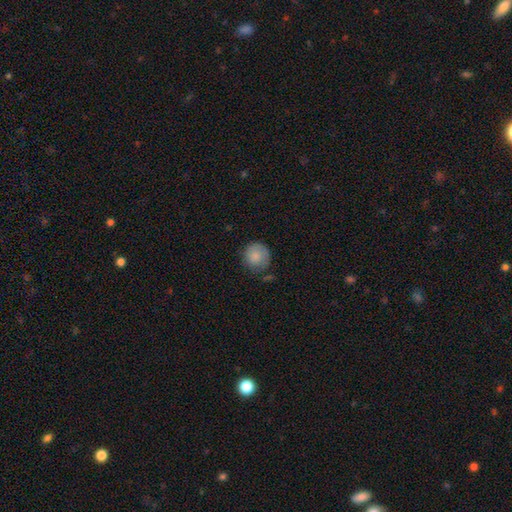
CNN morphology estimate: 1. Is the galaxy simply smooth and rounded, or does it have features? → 85% smooth, 8% featured or disk, 7% star or artifact.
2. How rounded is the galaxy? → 92% round, 7% in between, 1% cigar-shaped.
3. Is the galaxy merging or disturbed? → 68% none, 21% minor disturbance, 6% major disturbance, 4% merger.